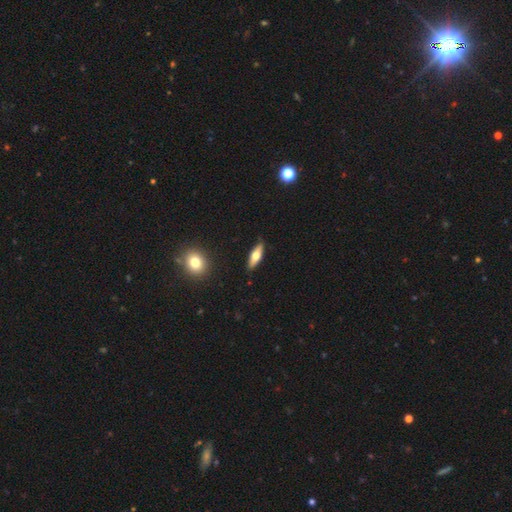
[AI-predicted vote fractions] Overall: smooth (52%; featured or disk 42%). How rounded: cigar-shaped (53%; in between 44%). Merging: none (88%).